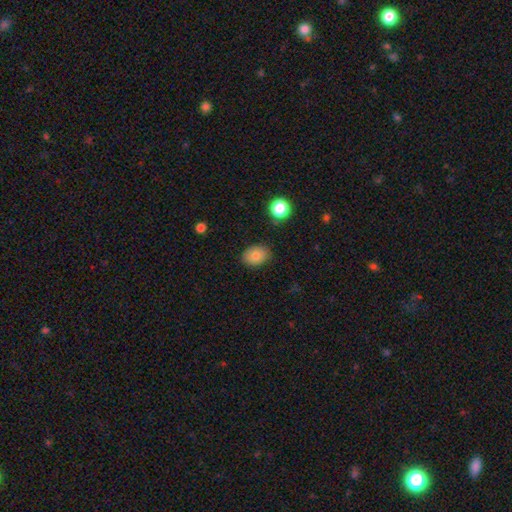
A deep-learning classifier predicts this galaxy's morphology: Q: Smooth or featured?
A: smooth (83%); runner-up: star or artifact (9%)
Q: How rounded?
A: in between (62%); runner-up: round (37%)
Q: Merging?
A: none (82%); runner-up: minor disturbance (13%)